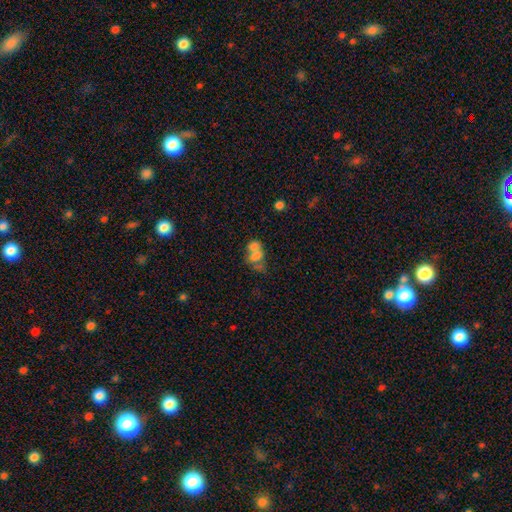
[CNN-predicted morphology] type=smooth (61%); roundness=in between (67%); merging=merger (66%).